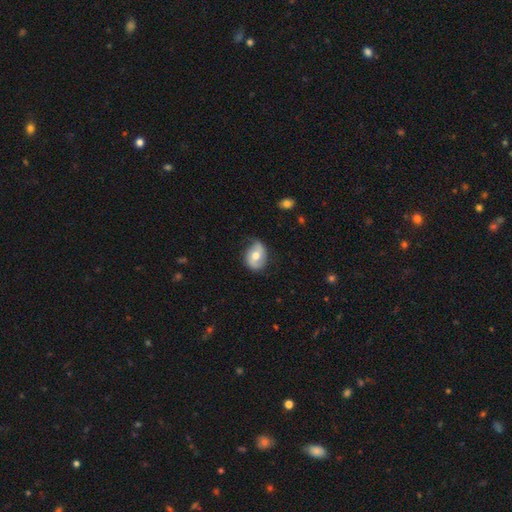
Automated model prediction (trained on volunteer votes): This appears to be a featured or disk galaxy (54%) with no bar (52%), spiral arms (78%) and a moderate central bulge (75%). Merging: none (68%).